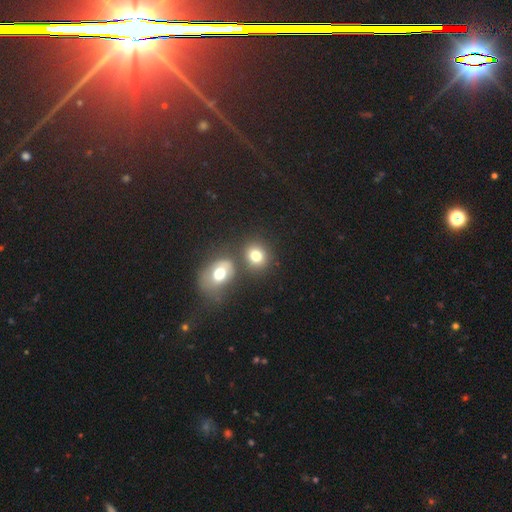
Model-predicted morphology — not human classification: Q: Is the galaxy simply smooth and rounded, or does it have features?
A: smooth — 77%.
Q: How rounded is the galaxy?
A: round — 68%.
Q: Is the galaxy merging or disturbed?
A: none — 60%.